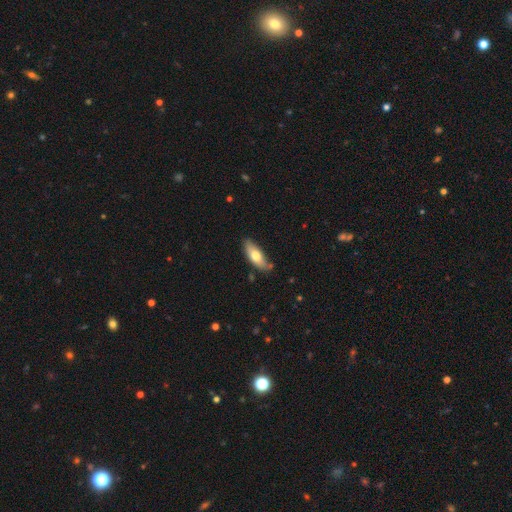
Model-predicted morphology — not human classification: The model was most divided on "smooth or featured": smooth: 66%, featured or disk: 28%, star or artifact: 6%. More confident: merging — none (75%); how rounded — in between (71%).